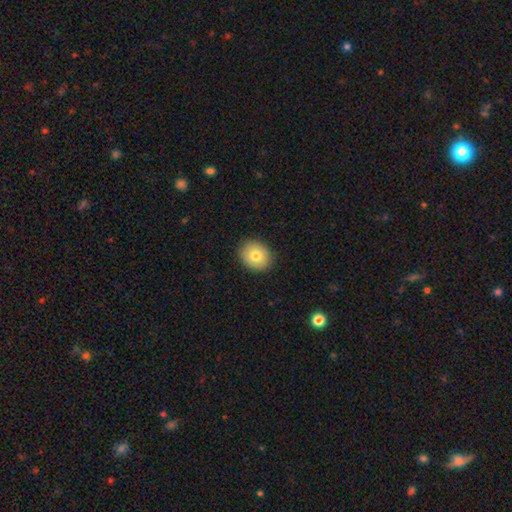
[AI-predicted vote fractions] Q: Smooth or featured?
A: smooth (77%); runner-up: featured or disk (14%)
Q: How rounded?
A: round (66%); runner-up: in between (33%)
Q: Merging?
A: none (89%); runner-up: minor disturbance (8%)